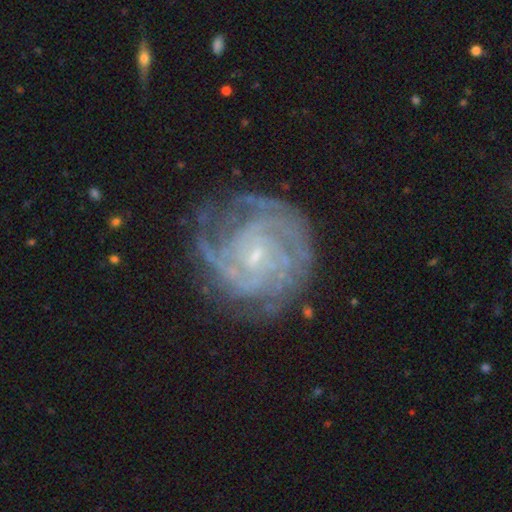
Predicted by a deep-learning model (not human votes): Smooth or featured? Predicted: featured or disk (p=0.89). Edge-on disk? Predicted: no (p=0.98). Bar? Predicted: no (p=0.48). Spiral arms? Predicted: yes (p=0.98). Spiral winding? Predicted: tight (p=0.75). Spiral arm count? Predicted: can't tell (p=0.23). Bulge size? Predicted: small (p=0.80). Merging? Predicted: none (p=0.74).